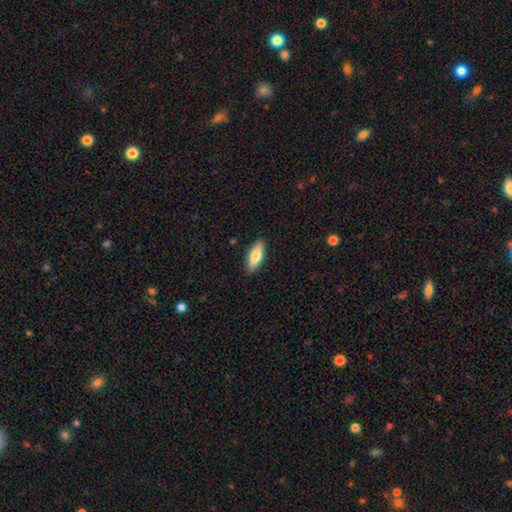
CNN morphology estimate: This is likely a smooth galaxy (70%). How rounded: likely in between (63%). Merging: clearly none (89%).